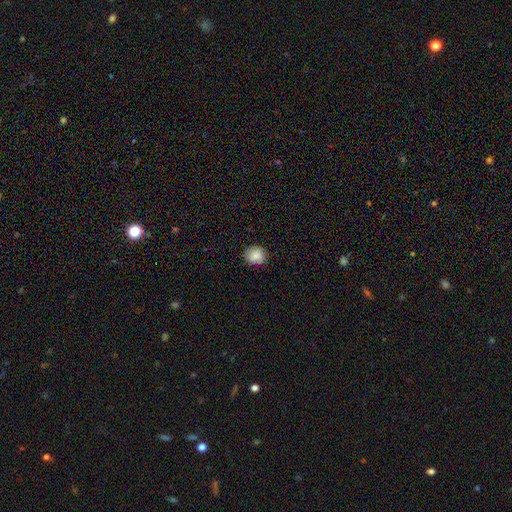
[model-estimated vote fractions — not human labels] smooth 86%, star or artifact 9%, featured or disk 5%. Down the decision tree: how rounded — round (79%); merging — none (83%).